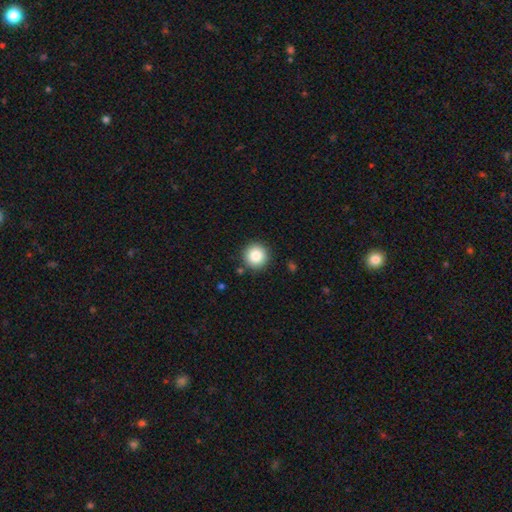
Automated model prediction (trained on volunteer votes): This is clearly a smooth galaxy (85%). How rounded: clearly round (95%). Merging: clearly none (90%).